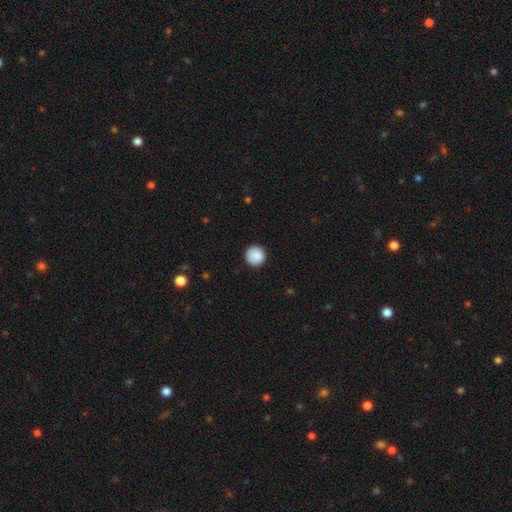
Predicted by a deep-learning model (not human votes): smooth-or-featured: smooth: 88% | star or artifact: 8% | featured or disk: 4%
  how-rounded: round: 95% | in between: 4% | cigar-shaped: 1%
  merging: none: 90% | minor disturbance: 7% | major disturbance: 2% | merger: 1%